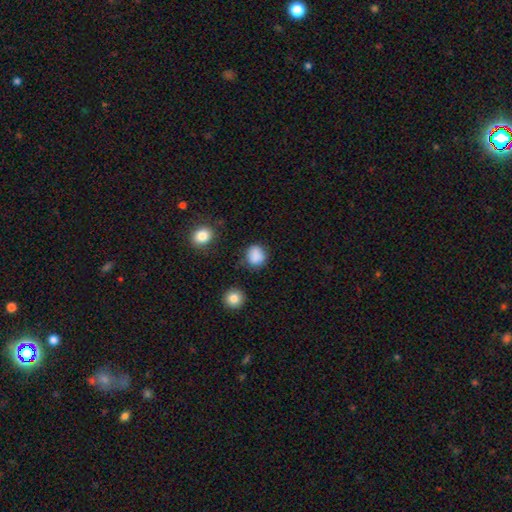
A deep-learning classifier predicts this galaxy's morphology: Overall: smooth (85%). How rounded: round (74%). Merging: none (72%).